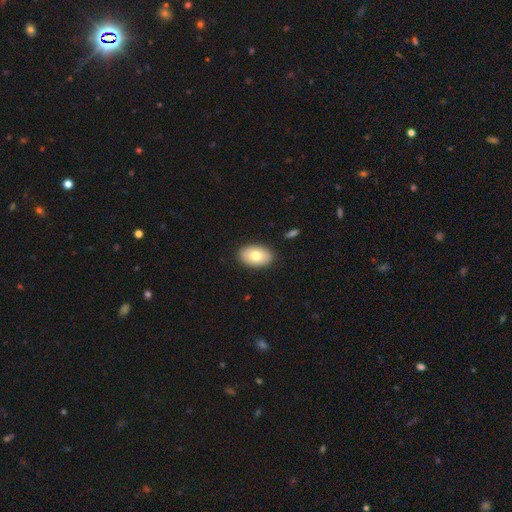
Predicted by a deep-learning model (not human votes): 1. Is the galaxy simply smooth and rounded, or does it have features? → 76% smooth, 17% featured or disk, 7% star or artifact.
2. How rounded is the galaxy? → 90% in between, 9% round, 1% cigar-shaped.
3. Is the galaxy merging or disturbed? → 88% none, 9% minor disturbance, 2% major disturbance, 1% merger.